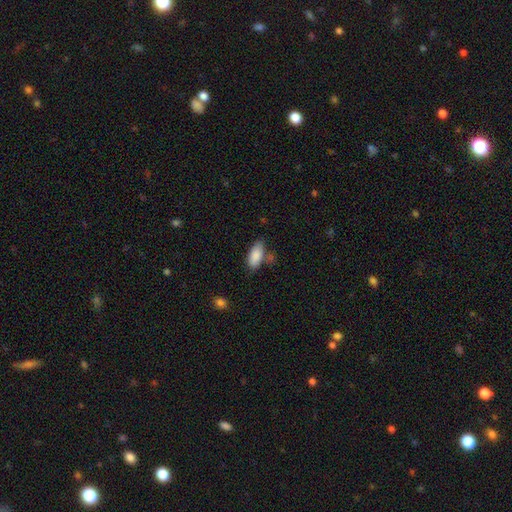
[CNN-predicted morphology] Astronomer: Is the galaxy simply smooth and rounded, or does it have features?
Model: smooth — 87%.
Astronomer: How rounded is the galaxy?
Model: in between — 87%.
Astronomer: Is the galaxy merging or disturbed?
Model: none — 65%.